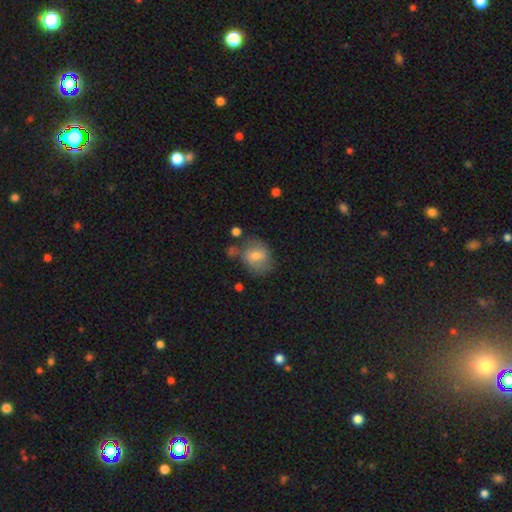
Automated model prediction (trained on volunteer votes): smooth 57%, featured or disk 35%, star or artifact 8%. Down the decision tree: how rounded — round (50%); merging — none (56%).